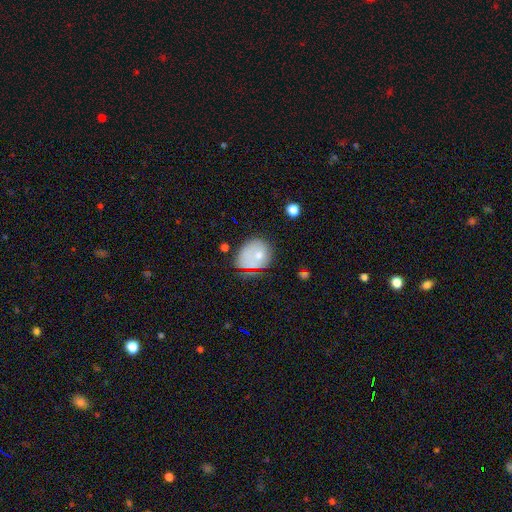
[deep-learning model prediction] smooth_or_featured: smooth (p=0.69) [alt: featured or disk p=0.18]
how_rounded: round (p=0.62) [alt: in between p=0.37]
merging: none (p=0.61) [alt: minor disturbance p=0.24]